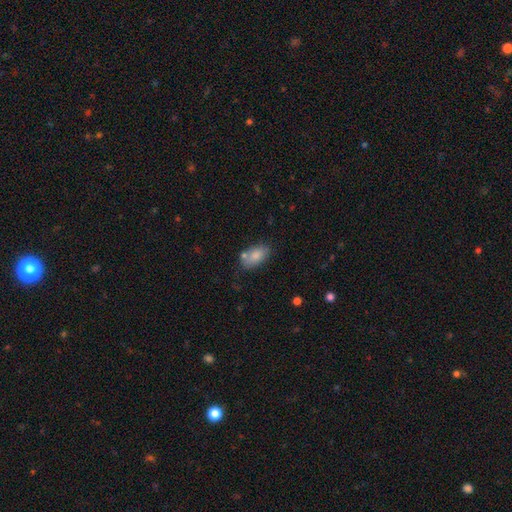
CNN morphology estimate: Overall: smooth (82%). How rounded: in between (92%). Merging: none (64%).